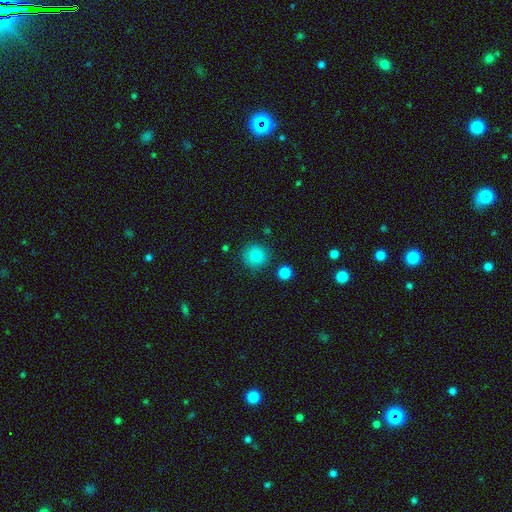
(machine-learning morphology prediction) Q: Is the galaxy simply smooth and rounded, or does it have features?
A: smooth — 83%.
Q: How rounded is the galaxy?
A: round — 93%.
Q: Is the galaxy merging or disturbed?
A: none — 87%.